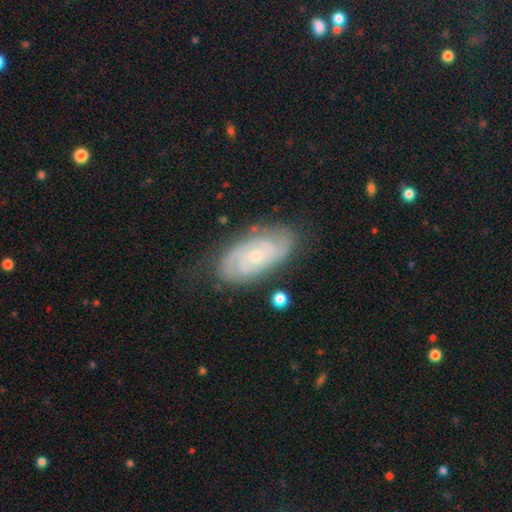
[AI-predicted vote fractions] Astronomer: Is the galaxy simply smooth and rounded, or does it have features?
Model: featured or disk — 85%.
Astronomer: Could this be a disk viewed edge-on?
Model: no — 95%.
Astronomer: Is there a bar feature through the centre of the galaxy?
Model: no — 67%.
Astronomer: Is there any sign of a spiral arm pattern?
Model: yes — 96%.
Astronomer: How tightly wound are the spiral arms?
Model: tight — 69%.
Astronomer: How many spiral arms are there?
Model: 2 — 58%.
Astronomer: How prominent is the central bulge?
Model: small — 64%.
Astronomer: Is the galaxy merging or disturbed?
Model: none — 78%.